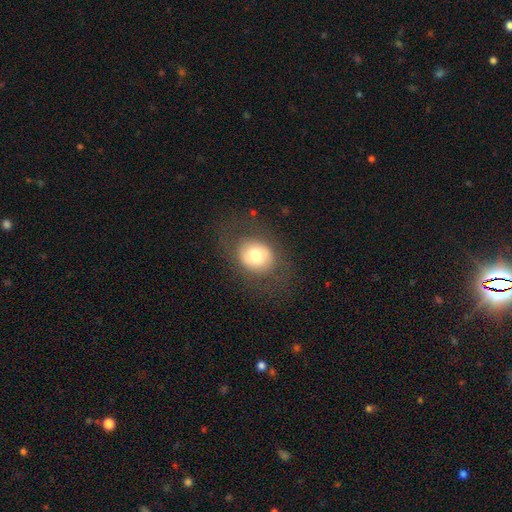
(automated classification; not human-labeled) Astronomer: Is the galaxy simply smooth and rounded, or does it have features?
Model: smooth — 69%.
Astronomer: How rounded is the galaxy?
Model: round — 56% (runner-up: in between, 43%).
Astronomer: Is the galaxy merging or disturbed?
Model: none — 75%.